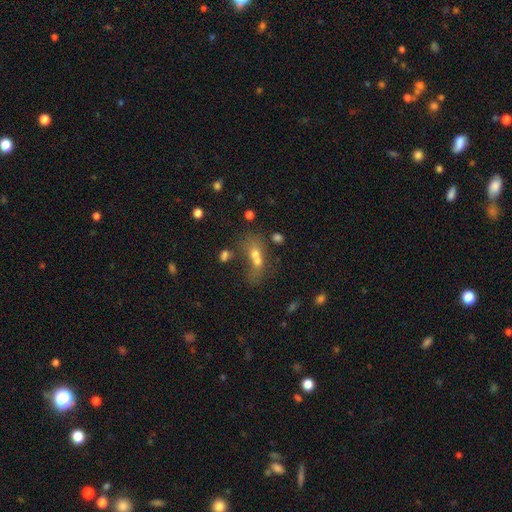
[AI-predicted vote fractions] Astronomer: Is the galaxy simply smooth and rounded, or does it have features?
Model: smooth — 54%.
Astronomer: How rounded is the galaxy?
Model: in between — 55% (runner-up: round, 34%).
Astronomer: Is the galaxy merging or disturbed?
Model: merger — 62%.